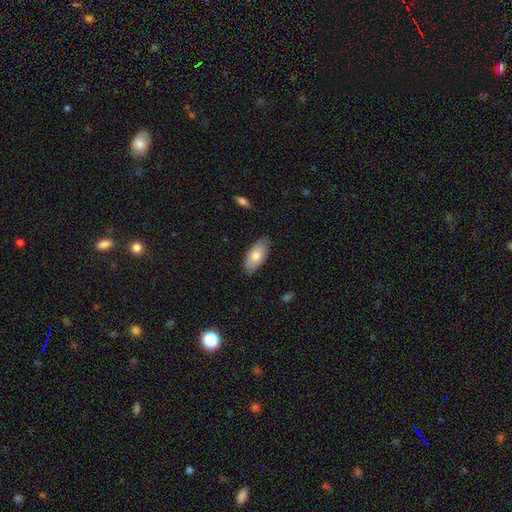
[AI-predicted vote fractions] This appears to be a smooth galaxy with no disk features (78%) that is in between round and cigar-shaped (90%). Merging: none (82%).